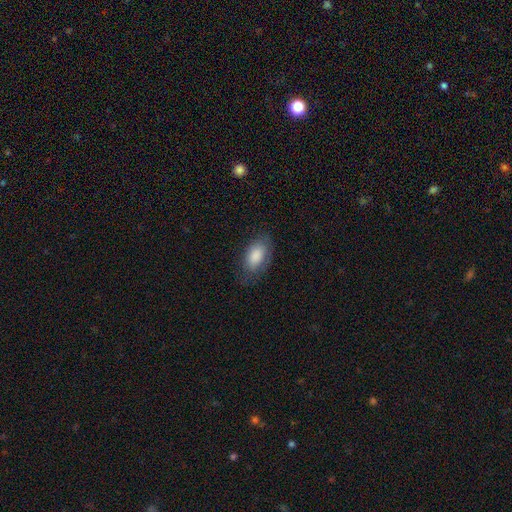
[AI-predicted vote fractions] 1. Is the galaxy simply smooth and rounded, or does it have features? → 84% smooth, 9% featured or disk, 6% star or artifact.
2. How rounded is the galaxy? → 93% in between, 4% round, 3% cigar-shaped.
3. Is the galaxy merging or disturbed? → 71% none, 21% minor disturbance, 7% major disturbance, 1% merger.